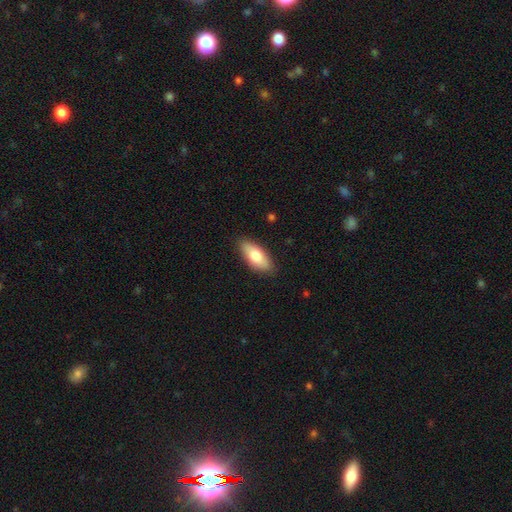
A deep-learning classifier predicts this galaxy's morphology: This is likely a smooth galaxy (78%). How rounded: clearly in between (81%). Merging: clearly none (86%).